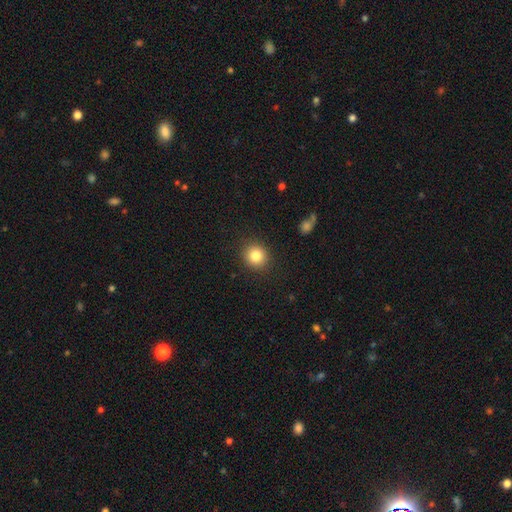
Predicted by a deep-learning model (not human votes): smooth 83%, star or artifact 10%, featured or disk 6%. Down the decision tree: how rounded — round (85%); merging — none (90%).